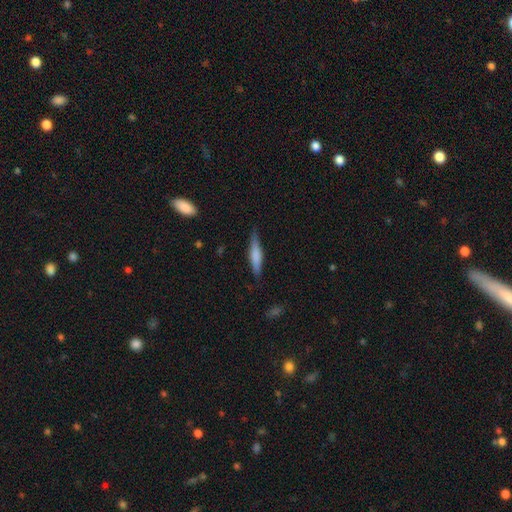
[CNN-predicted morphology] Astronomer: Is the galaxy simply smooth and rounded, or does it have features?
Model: smooth — 61%.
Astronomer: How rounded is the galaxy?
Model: cigar-shaped — 82%.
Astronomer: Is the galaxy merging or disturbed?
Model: none — 81%.